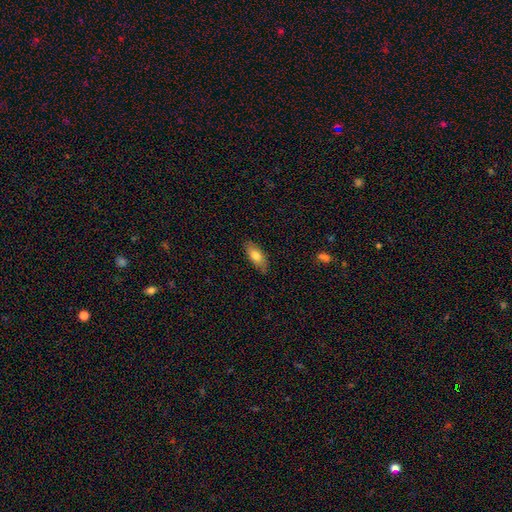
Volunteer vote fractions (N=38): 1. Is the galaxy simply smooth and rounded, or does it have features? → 71% smooth, 21% featured or disk, 8% star or artifact.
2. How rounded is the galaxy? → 89% in between, 7% cigar-shaped, 4% round.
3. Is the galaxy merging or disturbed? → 80% none, 17% minor disturbance, 3% major disturbance, 0% merger.